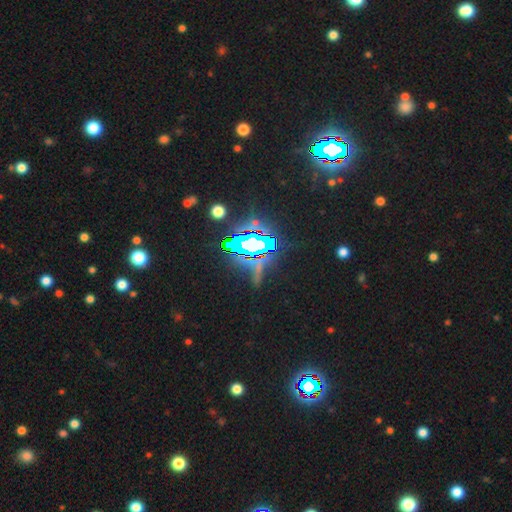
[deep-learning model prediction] Smooth or featured?
  - star or artifact: 84% *
  - smooth: 8%
  - featured or disk: 8%